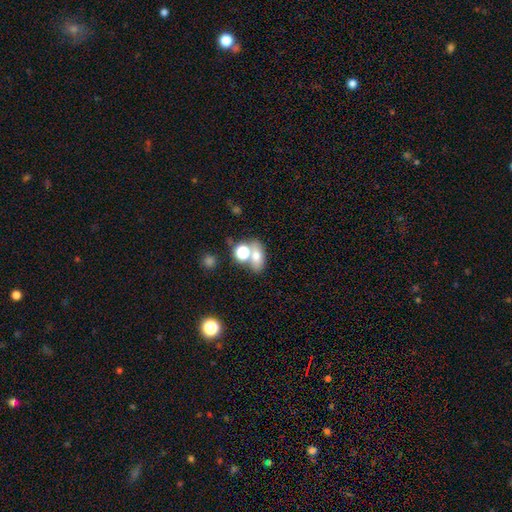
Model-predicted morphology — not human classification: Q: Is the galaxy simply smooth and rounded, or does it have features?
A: smooth — 69%.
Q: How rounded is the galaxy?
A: in between — 72%.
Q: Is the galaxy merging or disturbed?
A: none — 47%.